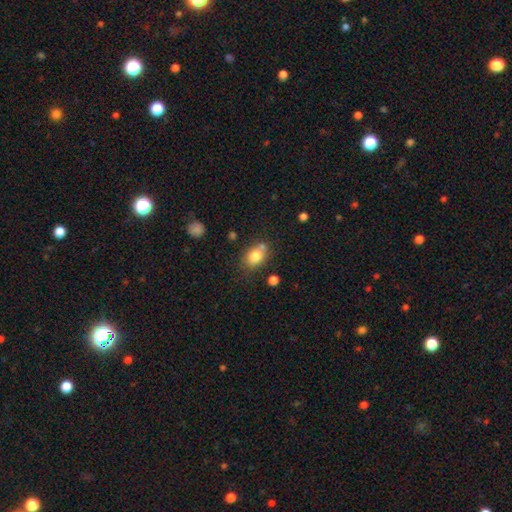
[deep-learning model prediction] Smooth or featured?
  - smooth: 79% *
  - featured or disk: 11%
  - star or artifact: 10%
How rounded?
  - in between: 63% *
  - round: 36%
  - cigar-shaped: 1%
Merging?
  - none: 61% *
  - merger: 17%
  - minor disturbance: 17%
  - major disturbance: 5%